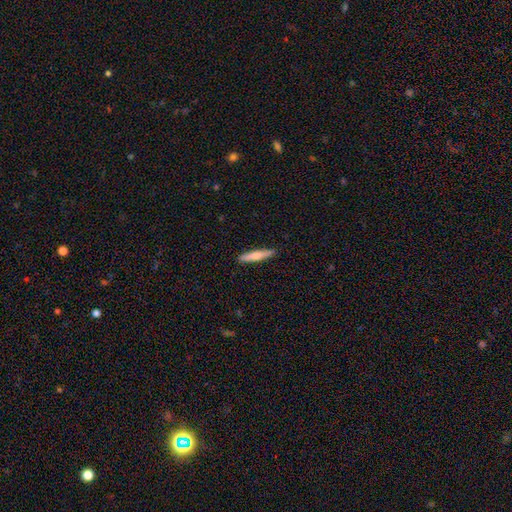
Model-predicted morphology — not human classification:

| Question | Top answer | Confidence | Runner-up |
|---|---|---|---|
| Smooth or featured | smooth | 69% | featured or disk (26%) |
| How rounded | cigar-shaped | 91% | in between (8%) |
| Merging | none | 89% | minor disturbance (8%) |